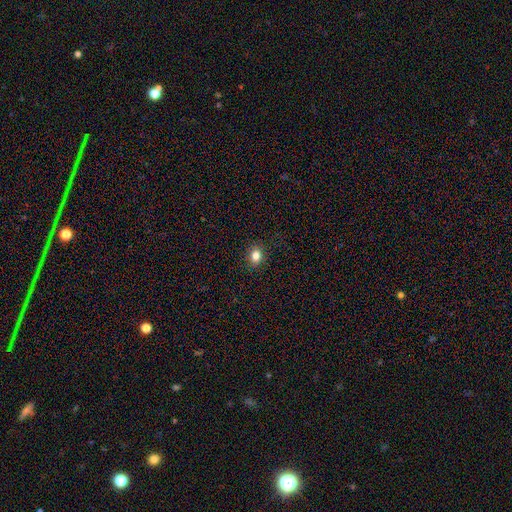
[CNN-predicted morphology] Smooth or featured: smooth — 82% (star or artifact — 11%)
How rounded: in between — 50% (round — 49%)
Merging: none — 90% (minor disturbance — 7%)